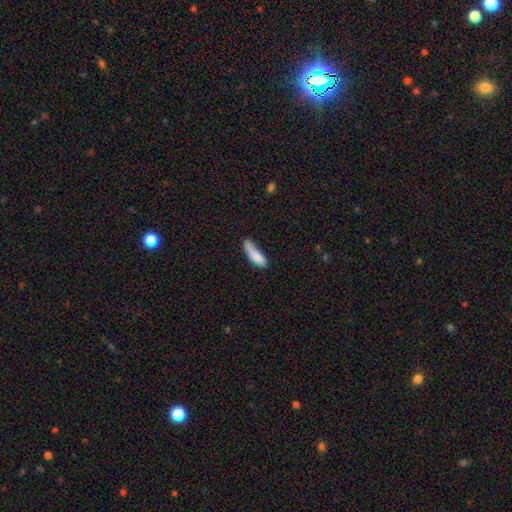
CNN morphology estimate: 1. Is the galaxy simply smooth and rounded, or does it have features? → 82% smooth, 11% featured or disk, 7% star or artifact.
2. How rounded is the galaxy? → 63% cigar-shaped, 35% in between, 2% round.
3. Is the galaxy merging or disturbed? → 48% none, 34% minor disturbance, 11% major disturbance, 7% merger.